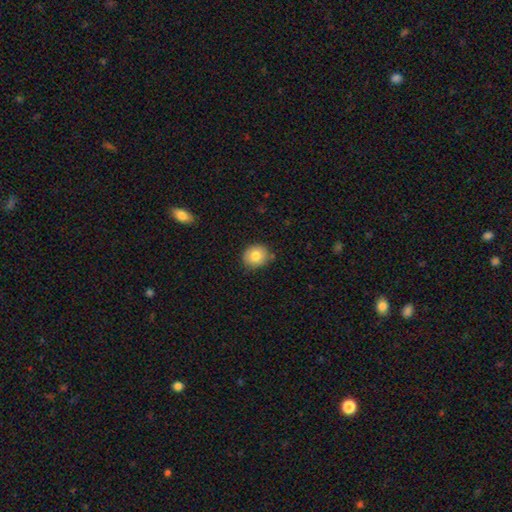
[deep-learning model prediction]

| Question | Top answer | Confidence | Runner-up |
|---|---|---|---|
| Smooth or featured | smooth | 80% | featured or disk (11%) |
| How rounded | round | 79% | in between (20%) |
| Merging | none | 83% | minor disturbance (12%) |